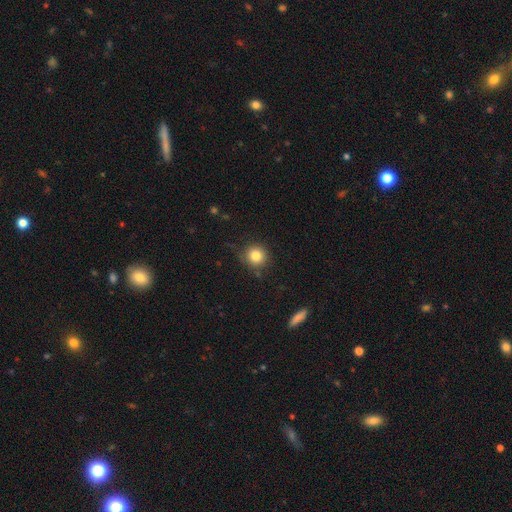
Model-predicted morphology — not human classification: Overall: smooth (82%). How rounded: round (93%). Merging: none (83%).